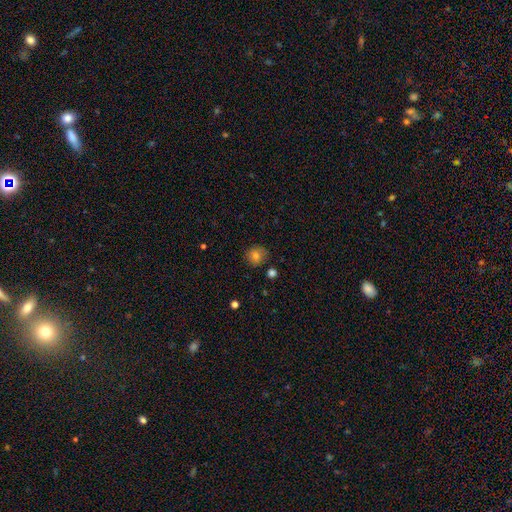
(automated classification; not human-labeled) Smooth or featured? smooth (78%)
How rounded? round (87%)
Merging? none (80%)